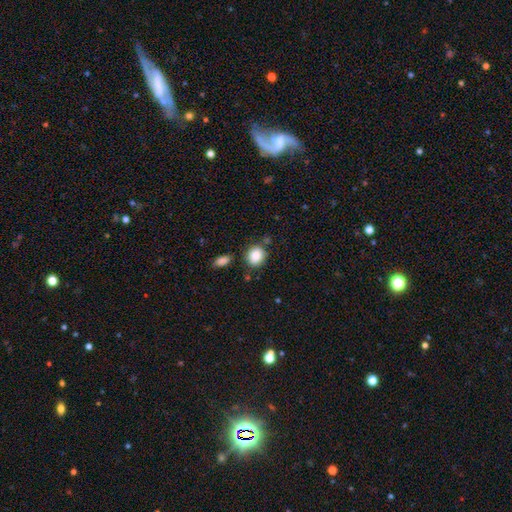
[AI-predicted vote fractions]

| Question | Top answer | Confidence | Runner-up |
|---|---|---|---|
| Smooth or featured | smooth | 87% | star or artifact (8%) |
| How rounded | round | 62% | in between (37%) |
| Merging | none | 75% | minor disturbance (14%) |